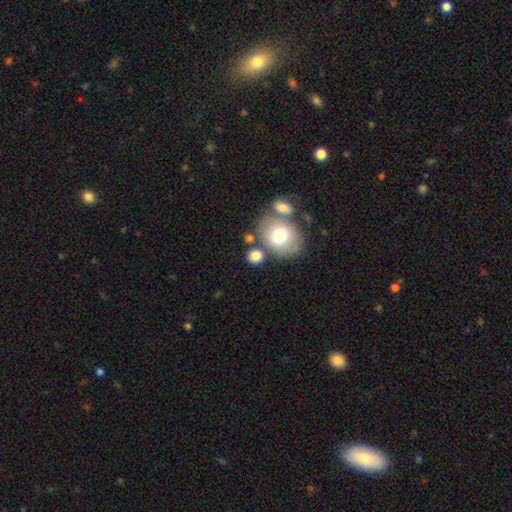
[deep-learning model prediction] Smooth or featured?
  - smooth: 78% *
  - featured or disk: 13%
  - star or artifact: 9%
How rounded?
  - round: 63% *
  - in between: 35%
  - cigar-shaped: 1%
Merging?
  - none: 62% *
  - merger: 19%
  - minor disturbance: 13%
  - major disturbance: 6%